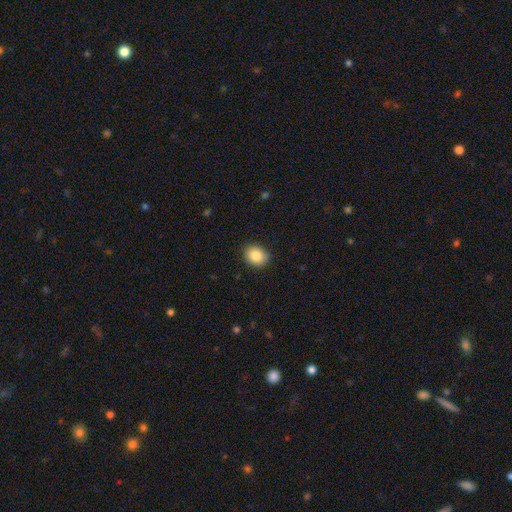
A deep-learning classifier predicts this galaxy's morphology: Smooth or featured? Predicted: smooth (p=0.86). How rounded? Predicted: round (p=0.55). Merging? Predicted: none (p=0.86).